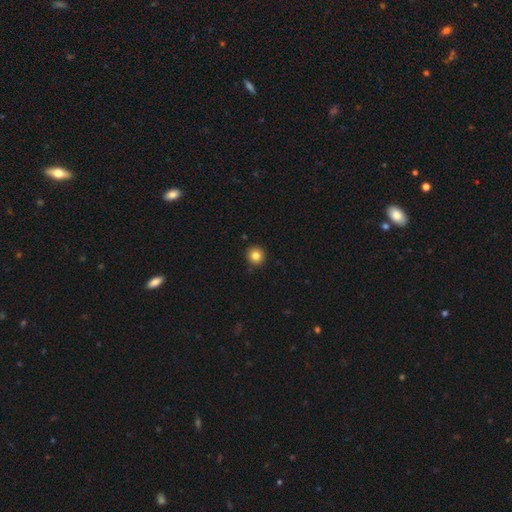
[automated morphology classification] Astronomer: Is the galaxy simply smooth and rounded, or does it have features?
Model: smooth — 84%.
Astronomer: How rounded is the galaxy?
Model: round — 94%.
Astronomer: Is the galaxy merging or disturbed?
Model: none — 91%.